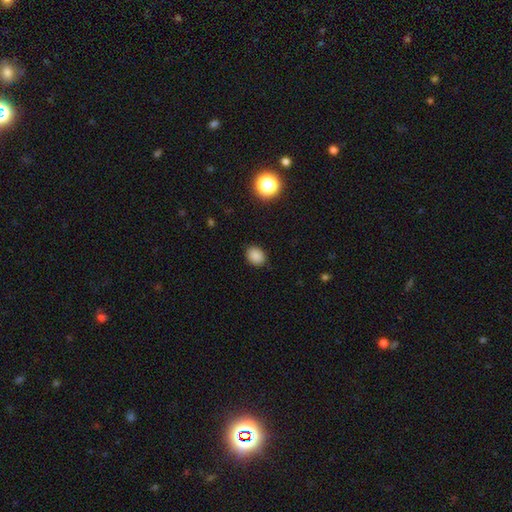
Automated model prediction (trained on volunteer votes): smooth_or_featured: smooth (p=0.85) [alt: star or artifact p=0.12]
how_rounded: in between (p=0.52) [alt: round p=0.47]
merging: none (p=0.86) [alt: minor disturbance p=0.10]